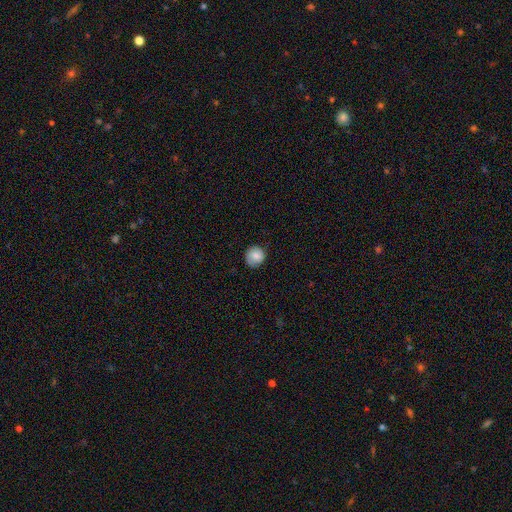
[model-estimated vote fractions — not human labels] smooth-or-featured: smooth: 83% | featured or disk: 9% | star or artifact: 8%
  how-rounded: round: 87% | in between: 12% | cigar-shaped: 1%
  merging: none: 80% | minor disturbance: 16% | major disturbance: 3% | merger: 1%